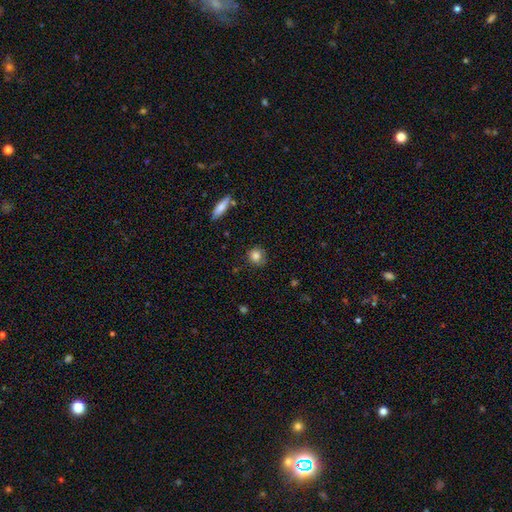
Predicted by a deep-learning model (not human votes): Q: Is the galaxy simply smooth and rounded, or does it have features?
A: smooth — 83%.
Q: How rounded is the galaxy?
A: round — 82%.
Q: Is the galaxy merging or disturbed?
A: none — 78%.